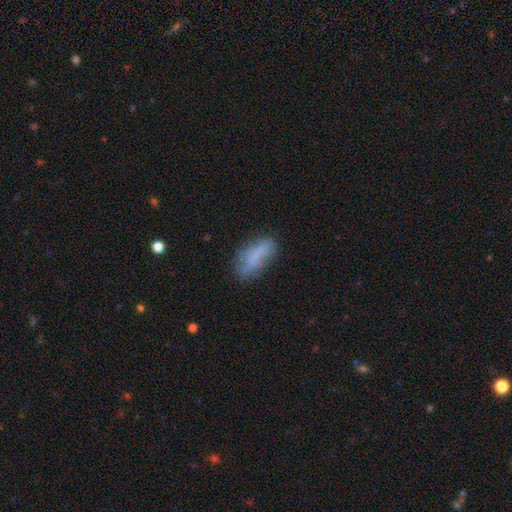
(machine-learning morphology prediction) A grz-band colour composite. It shows a smooth galaxy with no disk features (66%) that is in between round and cigar-shaped (82%). Merging: none (52%).